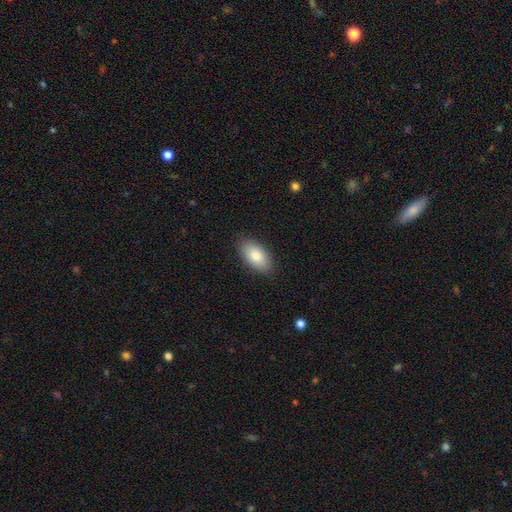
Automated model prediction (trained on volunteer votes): Smooth or featured? Predicted: smooth (p=0.84). How rounded? Predicted: in between (p=0.94). Merging? Predicted: none (p=0.87).